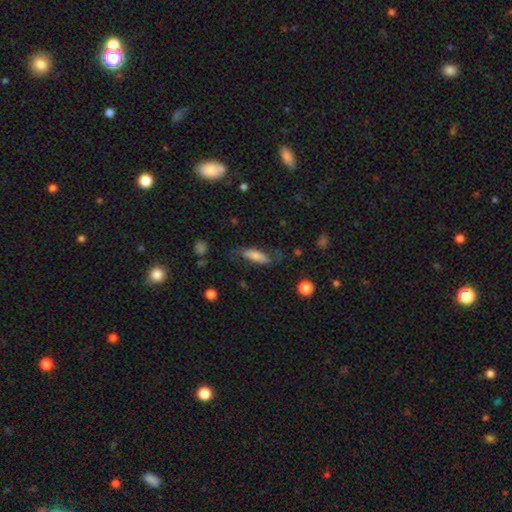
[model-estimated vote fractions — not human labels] smooth_or_featured: smooth (p=0.64) [alt: featured or disk p=0.28]
how_rounded: in between (p=0.55) [alt: cigar-shaped p=0.42]
merging: none (p=0.62) [alt: minor disturbance p=0.23]